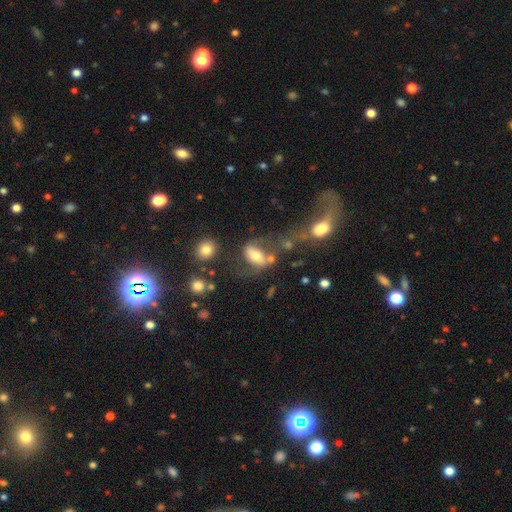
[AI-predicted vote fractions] smooth_or_featured: smooth (p=0.46) [alt: featured or disk p=0.45]
merging: none (p=0.41) [alt: major disturbance p=0.22]